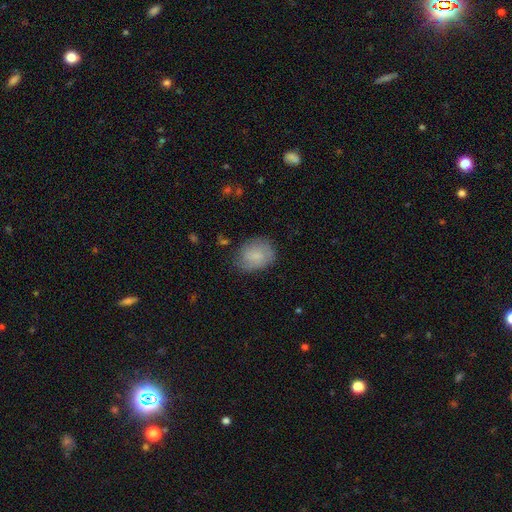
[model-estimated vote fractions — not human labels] Morphology: type=smooth (71%); roundness=in between (56%); merging=none (67%).